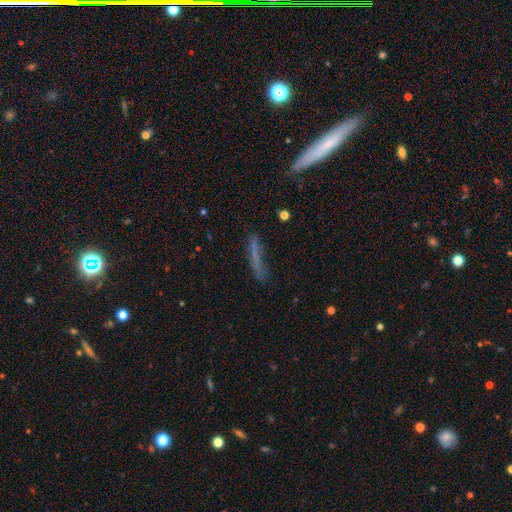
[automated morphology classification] Smooth or featured? Predicted: smooth (p=0.57). How rounded? Predicted: cigar-shaped (p=0.90). Merging? Predicted: none (p=0.67).